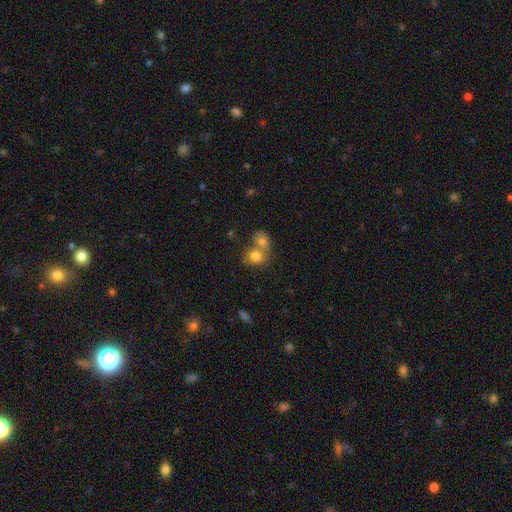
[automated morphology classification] This appears to be a smooth galaxy with no disk features (79%) that is round (61%). Merging: merger (62%).